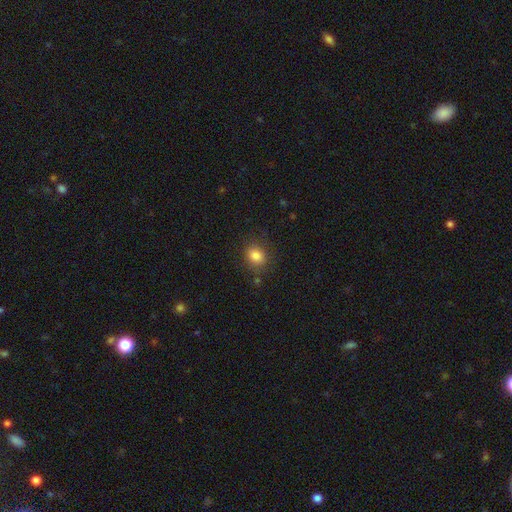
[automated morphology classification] smooth_or_featured: smooth (p=0.83) [alt: star or artifact p=0.11]
how_rounded: round (p=0.61) [alt: in between p=0.38]
merging: none (p=0.82) [alt: minor disturbance p=0.12]